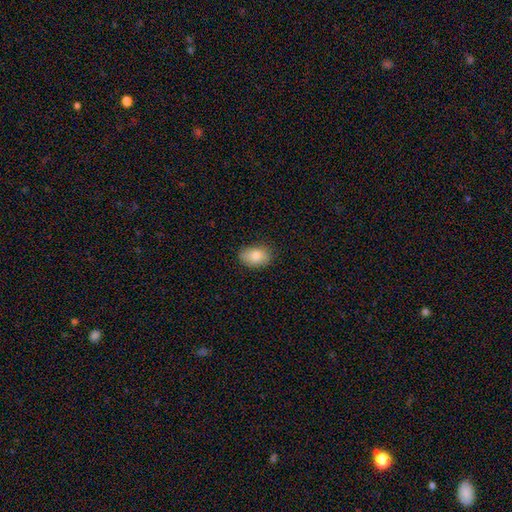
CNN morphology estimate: This is clearly a smooth galaxy (84%). How rounded: clearly in between (86%). Merging: clearly none (81%).